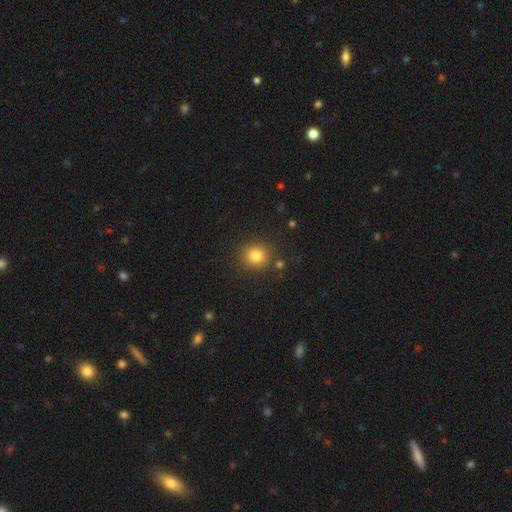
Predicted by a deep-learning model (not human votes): Smooth or featured?
  - smooth: 82% *
  - star or artifact: 12%
  - featured or disk: 6%
How rounded?
  - round: 86% *
  - in between: 13%
  - cigar-shaped: 1%
Merging?
  - none: 85% *
  - minor disturbance: 8%
  - merger: 4%
  - major disturbance: 3%